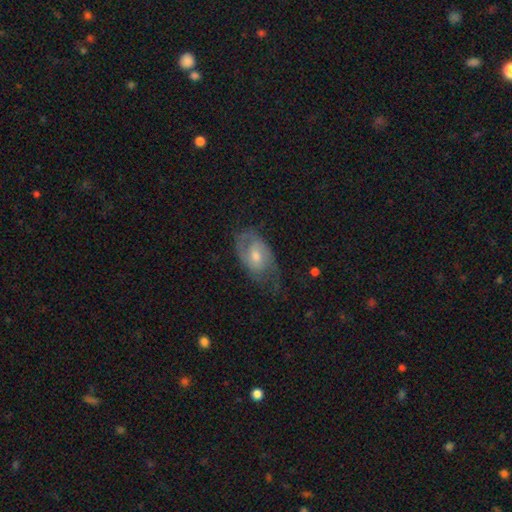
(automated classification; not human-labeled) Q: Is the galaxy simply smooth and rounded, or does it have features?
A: featured or disk — 71%.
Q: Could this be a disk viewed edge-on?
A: no — 95%.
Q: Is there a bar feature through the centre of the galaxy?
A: no — 51%.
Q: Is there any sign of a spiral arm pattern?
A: yes — 87%.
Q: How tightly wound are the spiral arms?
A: medium — 43%.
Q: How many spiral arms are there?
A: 2 — 66%.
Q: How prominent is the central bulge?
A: moderate — 59%.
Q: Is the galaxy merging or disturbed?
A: none — 56%.